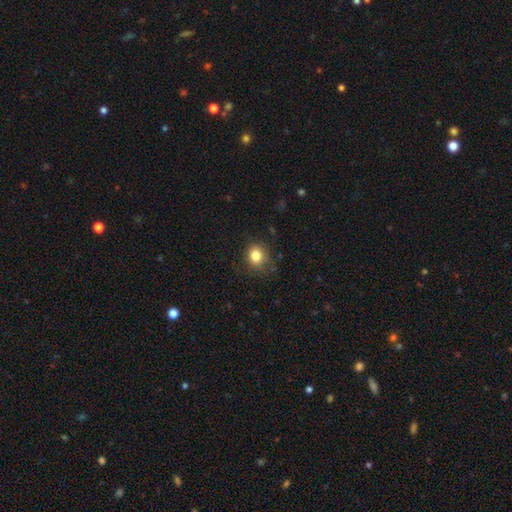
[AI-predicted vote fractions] smooth 82%, star or artifact 11%, featured or disk 6%. Down the decision tree: how rounded — round (77%); merging — none (82%).